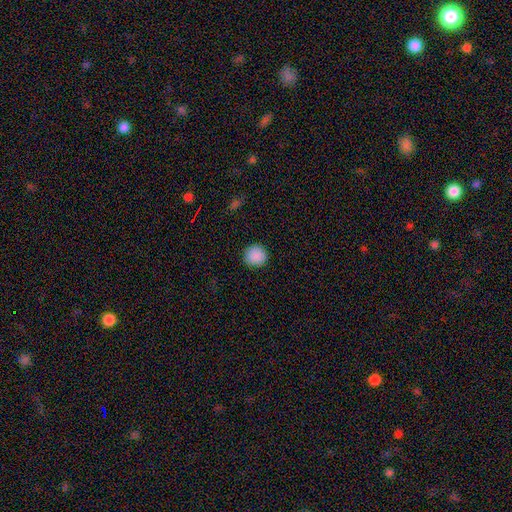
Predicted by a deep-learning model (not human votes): Smooth or featured? smooth (89%)
How rounded? round (94%)
Merging? none (91%)